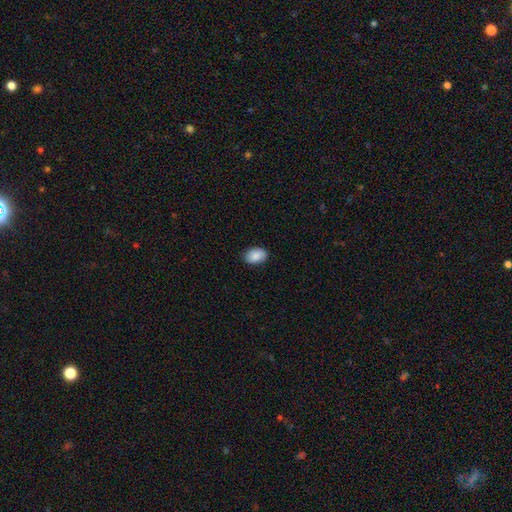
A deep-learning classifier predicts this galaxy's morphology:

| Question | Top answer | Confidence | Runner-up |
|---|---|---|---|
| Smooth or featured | smooth | 89% | star or artifact (7%) |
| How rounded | in between | 87% | round (12%) |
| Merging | none | 87% | minor disturbance (10%) |